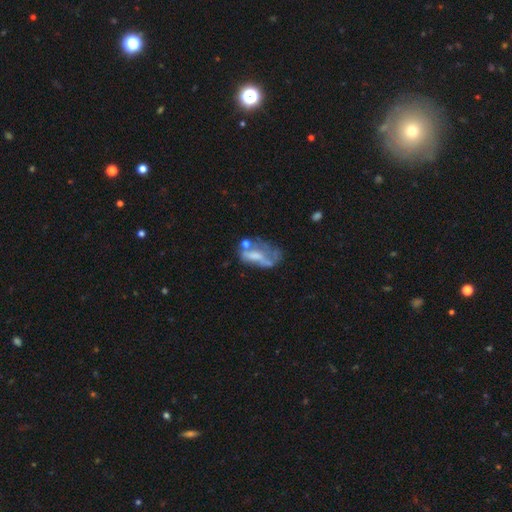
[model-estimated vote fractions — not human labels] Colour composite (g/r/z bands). It shows a featured or disk galaxy (51%). Merging: major disturbance (31%).